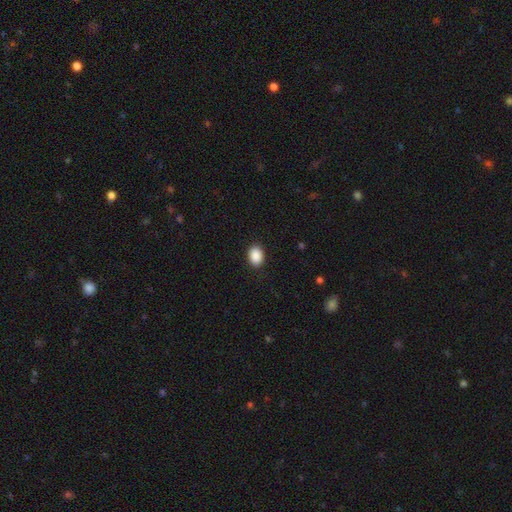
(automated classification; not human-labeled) This appears to be a smooth galaxy with no disk features (90%) that is in between round and cigar-shaped (73%). Merging: none (90%).